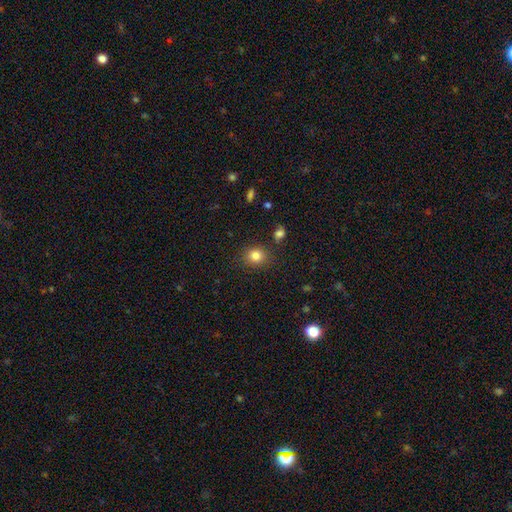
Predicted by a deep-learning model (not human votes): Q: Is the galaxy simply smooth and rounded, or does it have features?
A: smooth — 82%.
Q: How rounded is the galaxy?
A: round — 73%.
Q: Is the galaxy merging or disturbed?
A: none — 84%.